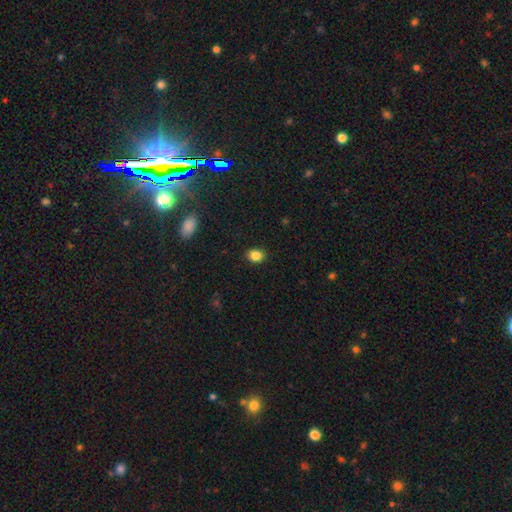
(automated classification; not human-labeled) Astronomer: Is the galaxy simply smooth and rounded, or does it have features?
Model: smooth — 85%.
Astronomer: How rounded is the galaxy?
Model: round — 53% (runner-up: in between, 46%).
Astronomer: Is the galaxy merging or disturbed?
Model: none — 88%.